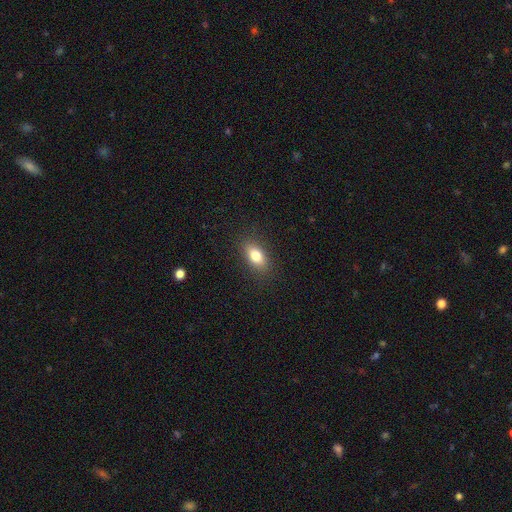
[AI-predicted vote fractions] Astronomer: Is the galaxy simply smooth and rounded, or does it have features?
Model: smooth — 80%.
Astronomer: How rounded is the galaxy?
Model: in between — 85%.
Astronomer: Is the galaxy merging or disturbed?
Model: none — 87%.